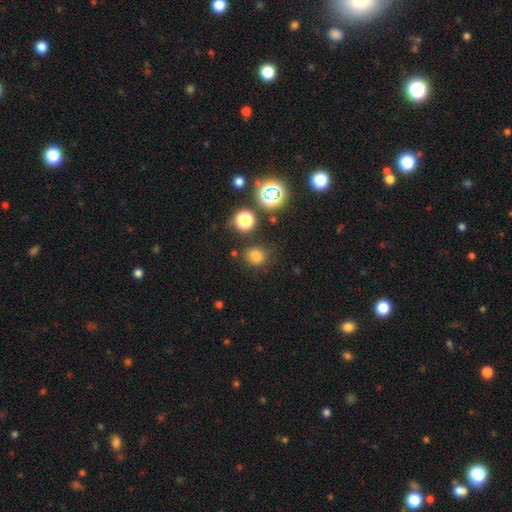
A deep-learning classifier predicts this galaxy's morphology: A smooth galaxy with no disk features (74%) that is round (77%).

Vote fractions:
- Smooth or featured? smooth: 74% / star or artifact: 21% / featured or disk: 5%
- How rounded? round: 77% / in between: 22% / cigar-shaped: 1%
- Merging? none: 77% / minor disturbance: 13% / major disturbance: 5% / merger: 5%